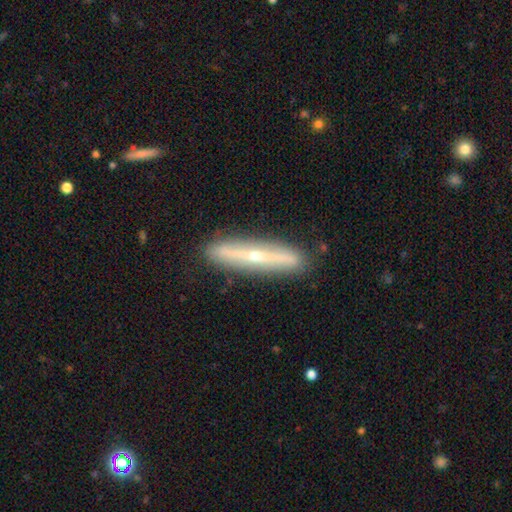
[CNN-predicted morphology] type=featured or disk (70%); edge-on=yes (89%); edge-on bulge=rounded (84%); merging=none (89%).